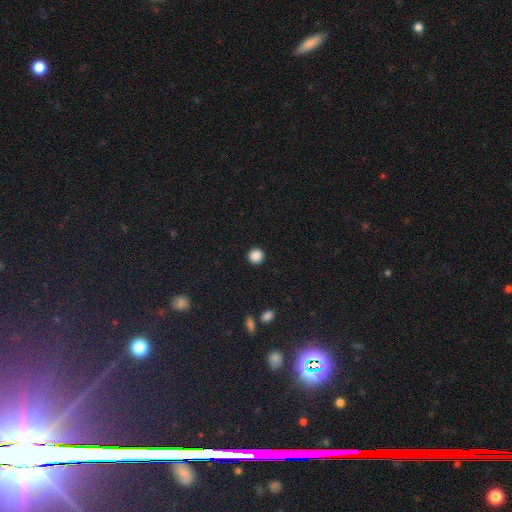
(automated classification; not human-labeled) Morphology: type=smooth (88%); roundness=round (95%); merging=none (93%).